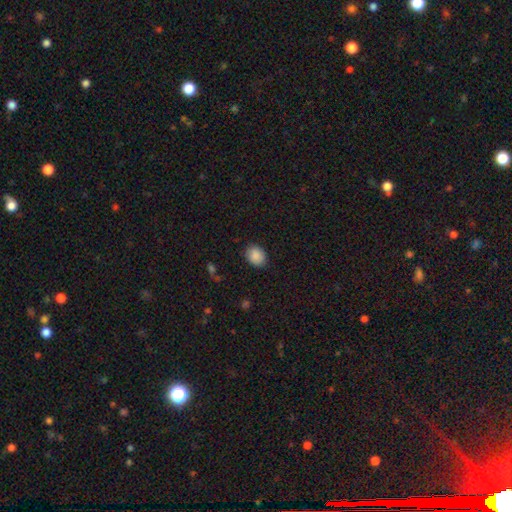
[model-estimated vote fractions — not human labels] Smooth or featured? Predicted: smooth (p=0.88). How rounded? Predicted: in between (p=0.54). Merging? Predicted: none (p=0.86).